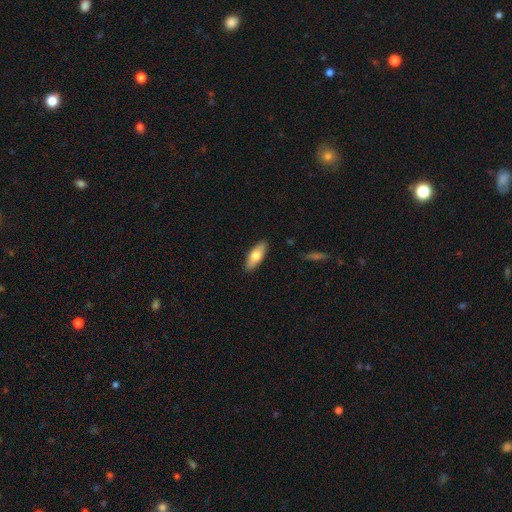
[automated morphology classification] Smooth or featured? smooth (71%)
How rounded? in between (76%)
Merging? none (89%)